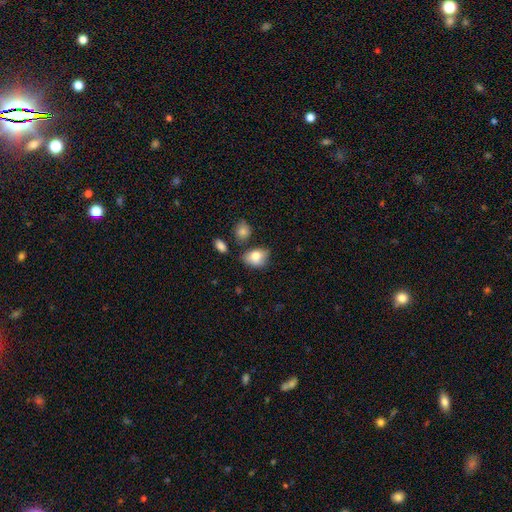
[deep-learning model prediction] Smooth or featured? Predicted: smooth (p=0.79). How rounded? Predicted: in between (p=0.72). Merging? Predicted: none (p=0.60).